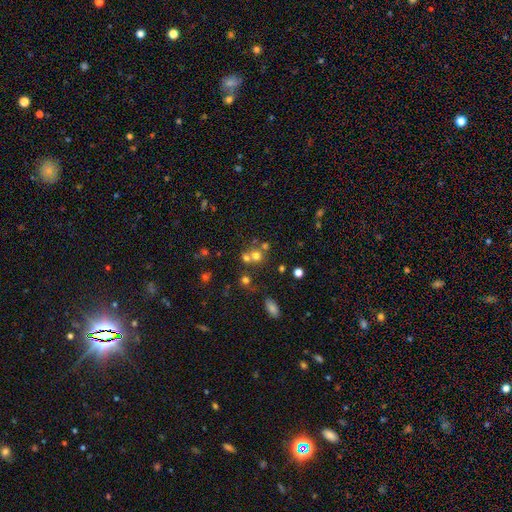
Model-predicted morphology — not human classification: type=smooth (64%); roundness=round (82%); merging=none (46%).